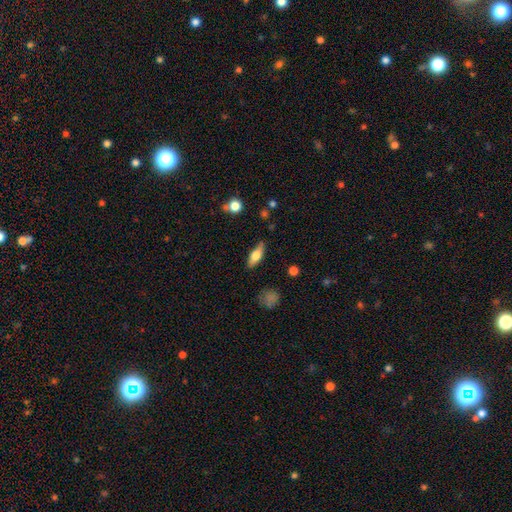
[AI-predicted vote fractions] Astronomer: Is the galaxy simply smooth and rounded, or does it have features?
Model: smooth — 61%.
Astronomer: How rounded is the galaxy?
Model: in between — 64%.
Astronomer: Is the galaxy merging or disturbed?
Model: none — 81%.